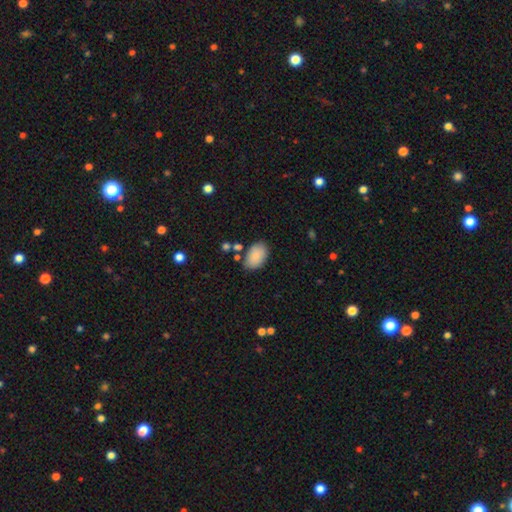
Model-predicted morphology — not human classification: Smooth or featured? Predicted: smooth (p=0.86). How rounded? Predicted: in between (p=0.90). Merging? Predicted: none (p=0.76).